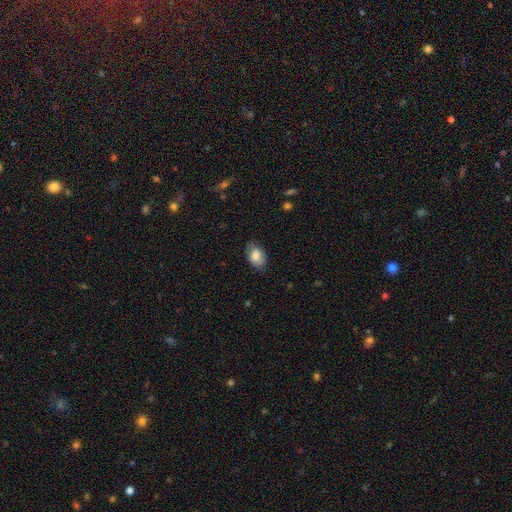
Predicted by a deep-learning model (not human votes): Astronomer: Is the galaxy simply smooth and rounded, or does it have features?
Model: smooth — 80%.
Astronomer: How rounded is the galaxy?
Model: in between — 87%.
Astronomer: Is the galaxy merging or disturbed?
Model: none — 76%.